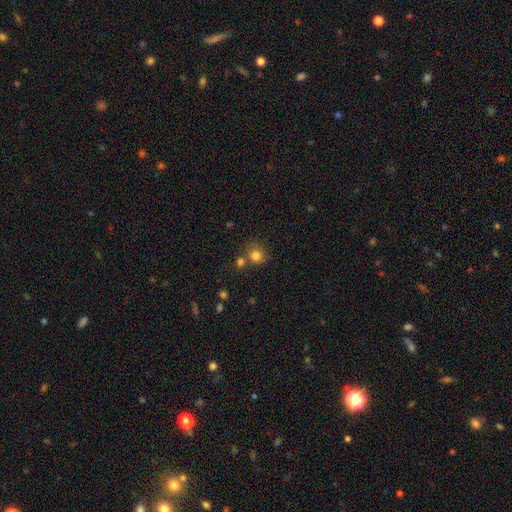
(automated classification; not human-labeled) smooth_or_featured: smooth (p=0.81) [alt: star or artifact p=0.12]
how_rounded: round (p=0.84) [alt: in between p=0.15]
merging: none (p=0.60) [alt: merger p=0.23]